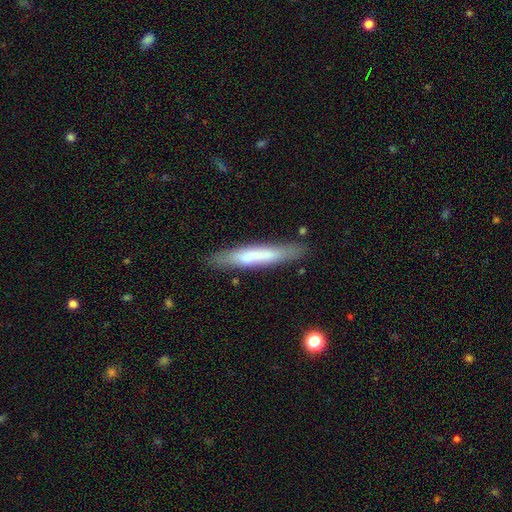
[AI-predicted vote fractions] A smooth galaxy with no disk features (59%) that is cigar-shaped (91%). Merging: none (81%).